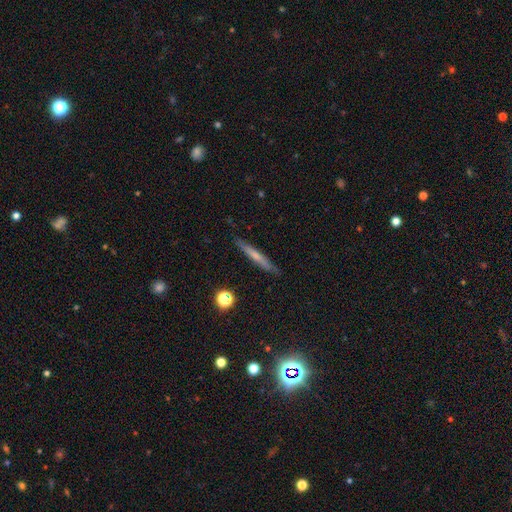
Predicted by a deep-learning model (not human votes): smooth-or-featured: smooth: 47% | featured or disk: 45% | star or artifact: 8%
  merging: none: 87% | minor disturbance: 10% | major disturbance: 2% | merger: 1%